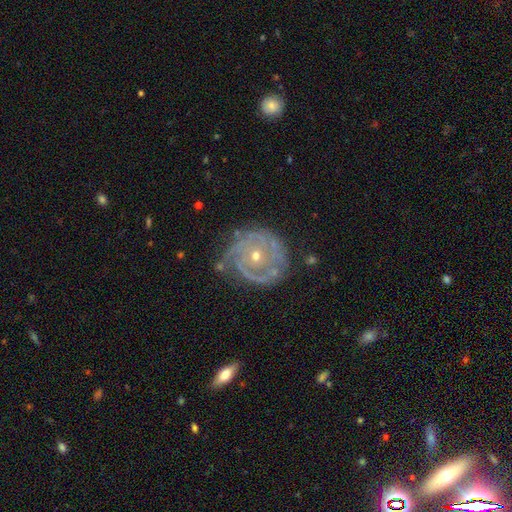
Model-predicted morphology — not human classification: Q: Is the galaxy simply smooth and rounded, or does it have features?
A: featured or disk — 87%.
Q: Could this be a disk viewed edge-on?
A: no — 97%.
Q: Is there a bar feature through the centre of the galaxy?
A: no — 78%.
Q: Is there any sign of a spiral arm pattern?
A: yes — 95%.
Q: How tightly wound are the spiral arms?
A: tight — 71%.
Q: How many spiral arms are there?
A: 3 — 28%, tied with 2.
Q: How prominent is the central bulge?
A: small — 57%.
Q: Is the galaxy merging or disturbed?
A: none — 66%.